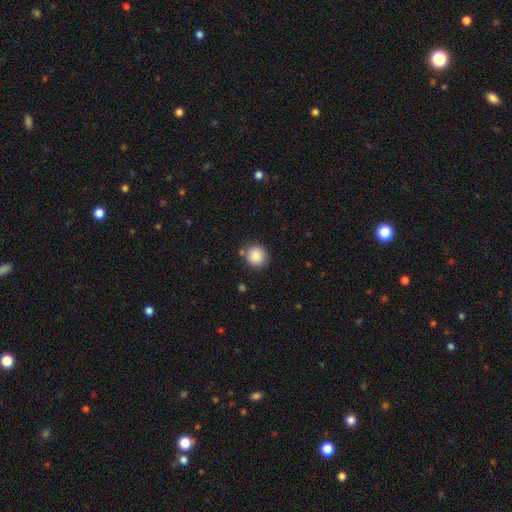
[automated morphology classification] A smooth galaxy with no disk features (87%) that is round (91%). Merging: none (82%).